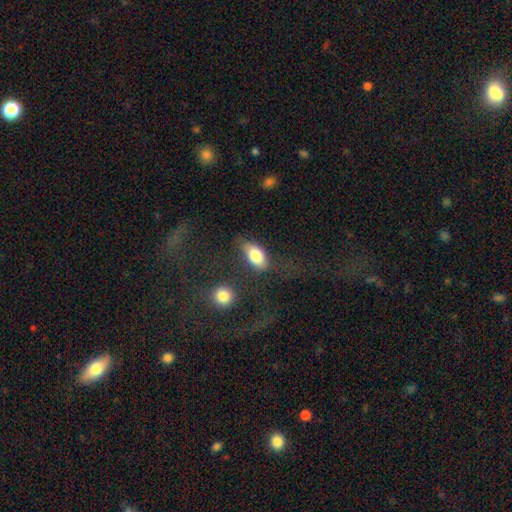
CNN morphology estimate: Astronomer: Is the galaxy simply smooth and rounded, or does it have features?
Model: smooth — 78%.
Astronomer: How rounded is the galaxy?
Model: in between — 89%.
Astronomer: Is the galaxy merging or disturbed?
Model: none — 58%.